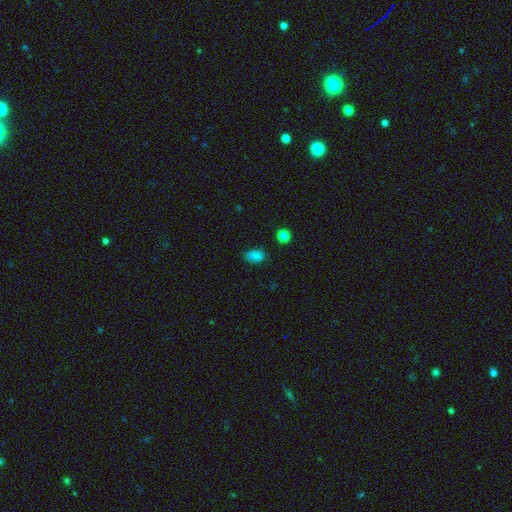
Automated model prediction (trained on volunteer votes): This is likely a smooth galaxy (79%). How rounded: clearly in between (84%). Merging: likely none (75%).